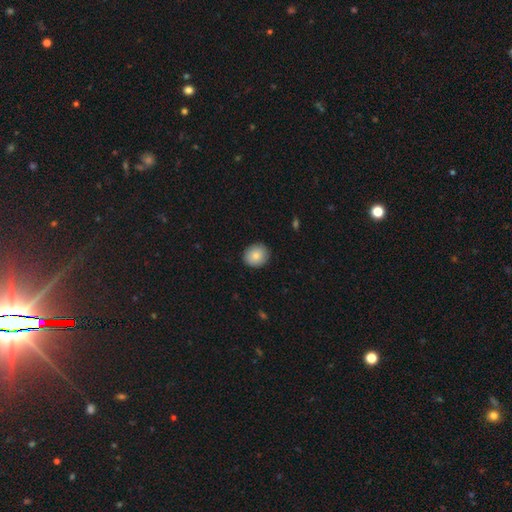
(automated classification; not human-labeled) smooth_or_featured: smooth (p=0.84) [alt: featured or disk p=0.09]
how_rounded: round (p=0.78) [alt: in between p=0.21]
merging: none (p=0.89) [alt: minor disturbance p=0.08]